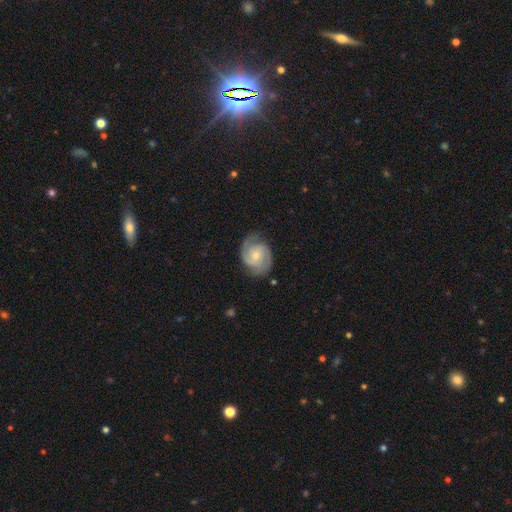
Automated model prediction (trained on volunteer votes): A featured or disk galaxy (84%) with no bar (64%), 2 (77%) tight (46%) spiral arms (96%) and a small central bulge (59%). Merging: none (74%).